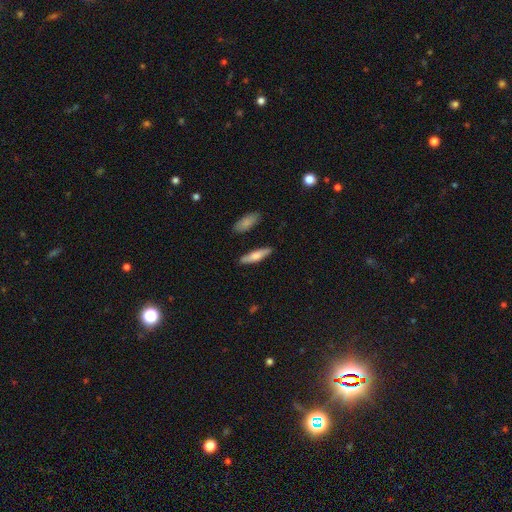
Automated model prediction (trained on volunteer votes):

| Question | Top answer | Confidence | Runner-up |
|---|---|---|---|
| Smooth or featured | smooth | 69% | featured or disk (25%) |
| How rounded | cigar-shaped | 69% | in between (29%) |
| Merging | none | 86% | minor disturbance (10%) |